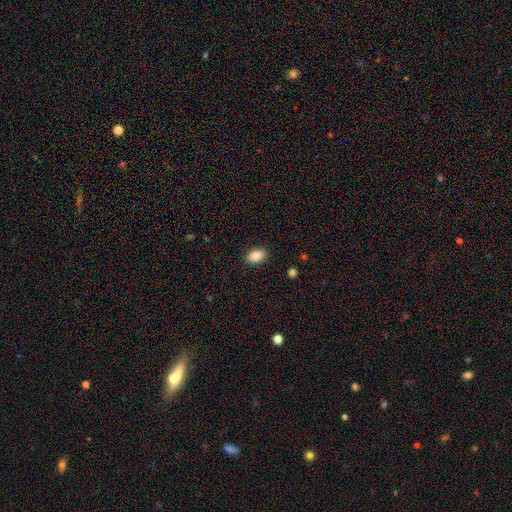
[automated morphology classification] The model was most divided on "smooth or featured": smooth: 87%, star or artifact: 7%, featured or disk: 5%. More confident: how rounded — in between (91%); merging — none (88%).